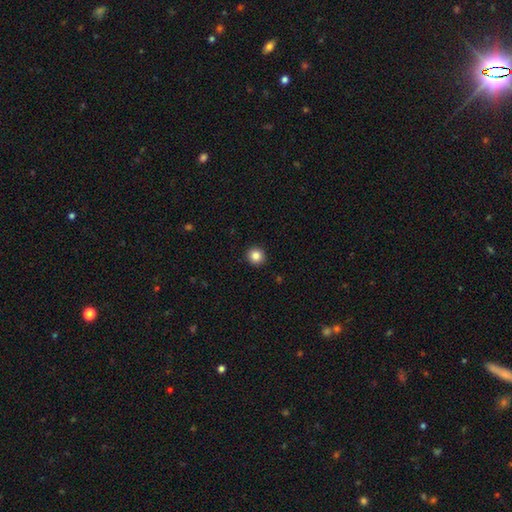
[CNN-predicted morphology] smooth-or-featured: smooth: 86% | star or artifact: 10% | featured or disk: 4%
  how-rounded: round: 94% | in between: 5% | cigar-shaped: 1%
  merging: none: 93% | minor disturbance: 4% | major disturbance: 2% | merger: 1%